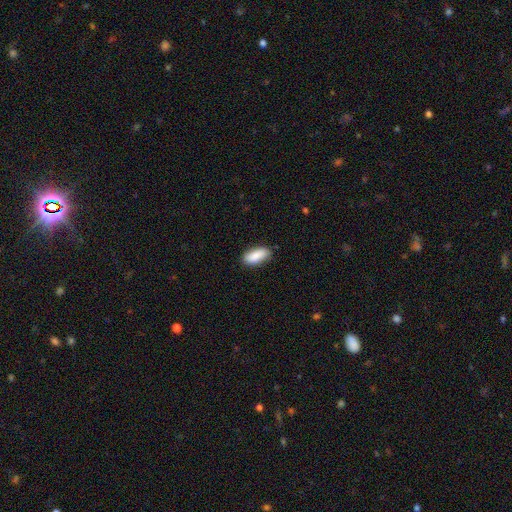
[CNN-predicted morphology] Smooth or featured? smooth (87%)
How rounded? in between (85%)
Merging? none (83%)